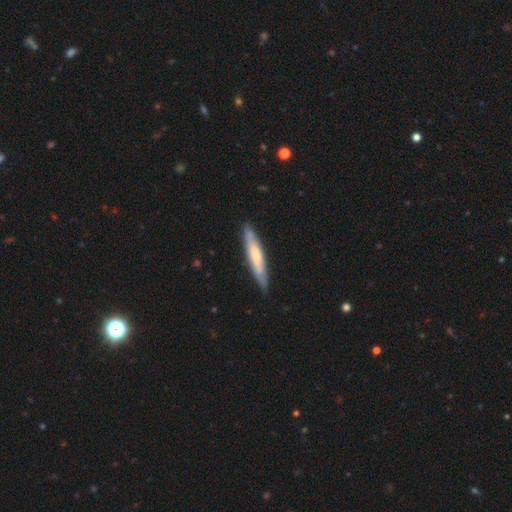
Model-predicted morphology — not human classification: A smooth galaxy with no disk features (54%) that is cigar-shaped (90%). Merging: none (83%).